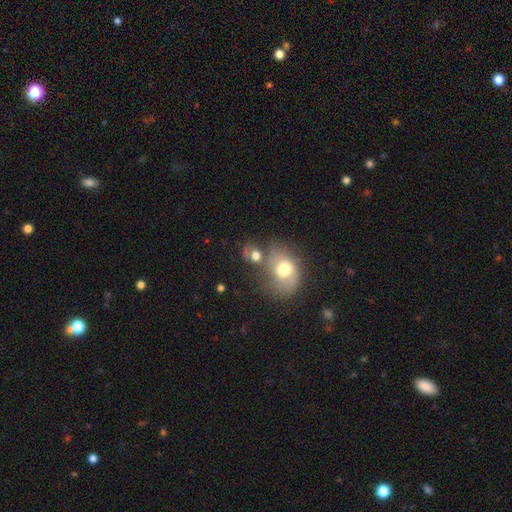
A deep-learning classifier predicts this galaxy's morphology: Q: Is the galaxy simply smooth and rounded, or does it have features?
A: smooth — 66%.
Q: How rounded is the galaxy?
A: round — 52%.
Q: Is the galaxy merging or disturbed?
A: merger — 38%.